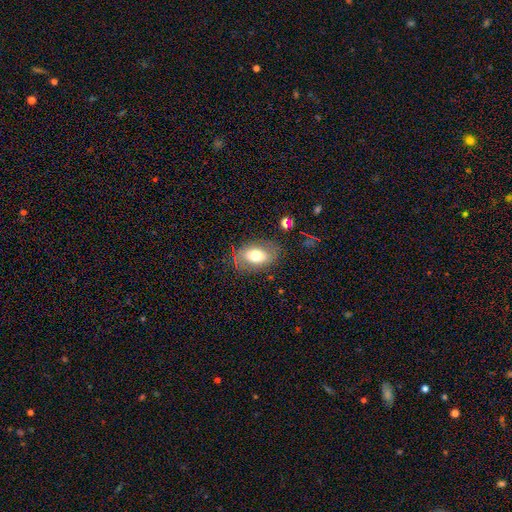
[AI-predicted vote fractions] A smooth galaxy with no disk features (68%) that is in between round and cigar-shaped (87%). Merging: none (75%).